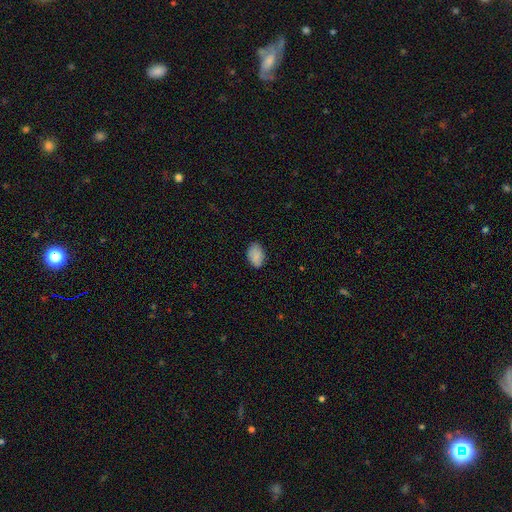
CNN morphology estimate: A smooth galaxy with no disk features (88%) that is in between round and cigar-shaped (87%).

Vote fractions:
- Smooth or featured? smooth: 88% / star or artifact: 7% / featured or disk: 5%
- How rounded? in between: 87% / round: 12% / cigar-shaped: 1%
- Merging? none: 84% / minor disturbance: 13% / major disturbance: 2% / merger: 1%